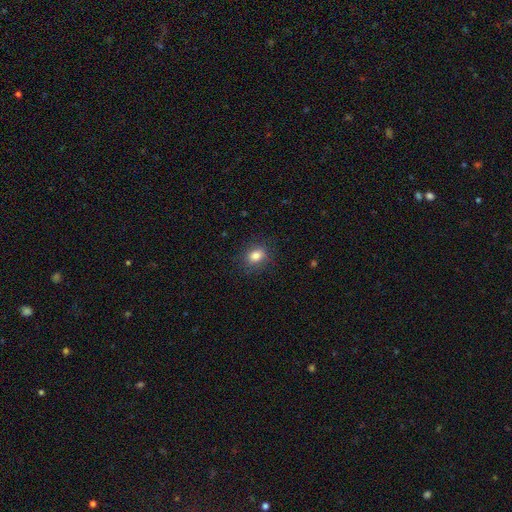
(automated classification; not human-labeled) A smooth galaxy with no disk features (83%) that is in between round and cigar-shaped (55%). Merging: none (83%).